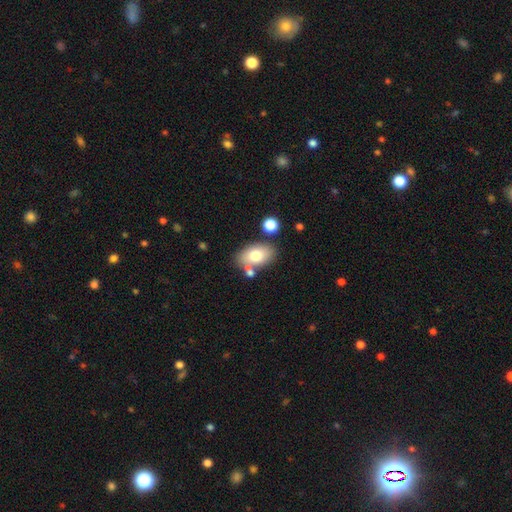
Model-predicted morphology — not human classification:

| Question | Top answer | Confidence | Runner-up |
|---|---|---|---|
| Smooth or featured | smooth | 73% | featured or disk (19%) |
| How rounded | in between | 88% | round (10%) |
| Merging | none | 66% | minor disturbance (16%) |